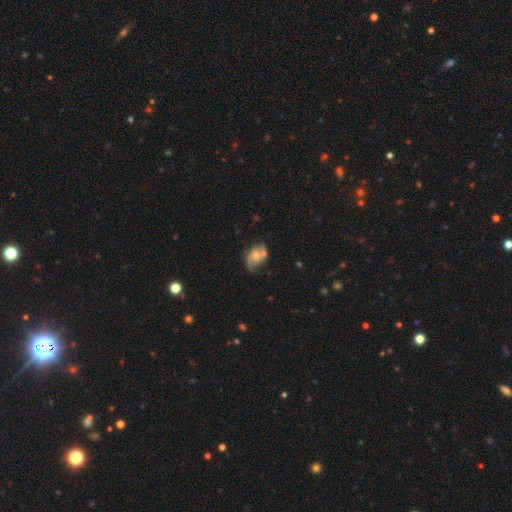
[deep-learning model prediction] Q: Smooth or featured?
A: featured or disk (57%); runner-up: smooth (34%)
Q: Edge-on disk?
A: no (97%); runner-up: yes (3%)
Q: Bar?
A: no (74%); runner-up: weak (22%)
Q: Spiral arms?
A: yes (77%); runner-up: no (23%)
Q: Bulge size?
A: moderate (47%); runner-up: small (40%)
Q: Merging?
A: none (42%); runner-up: minor disturbance (23%)